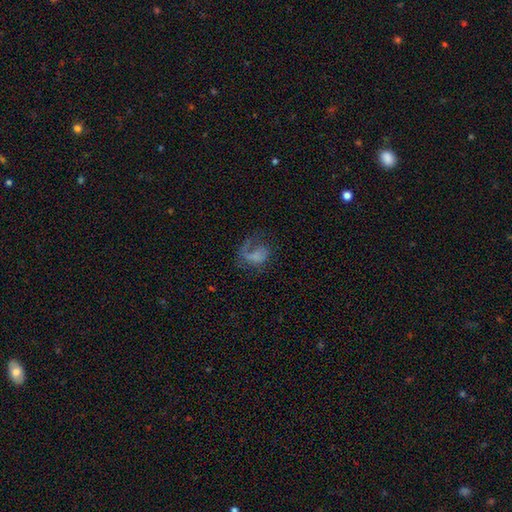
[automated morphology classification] A featured or disk galaxy (49%).

Vote fractions:
- Smooth or featured? featured or disk: 49% / smooth: 36% / star or artifact: 15%
- Merging? major disturbance: 44% / none: 36% / minor disturbance: 17% / merger: 4%